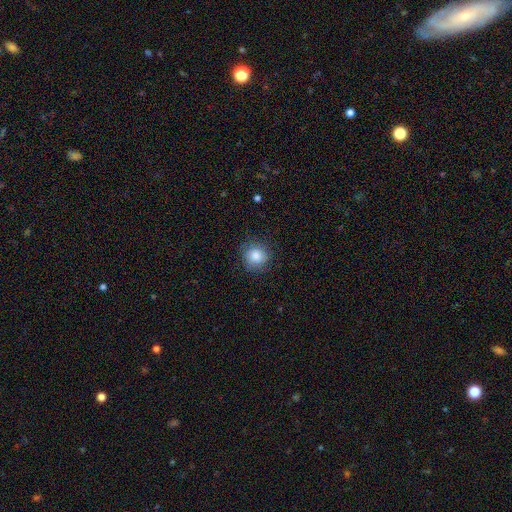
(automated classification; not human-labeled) Morphology: type=smooth (85%); roundness=round (89%); merging=none (83%).